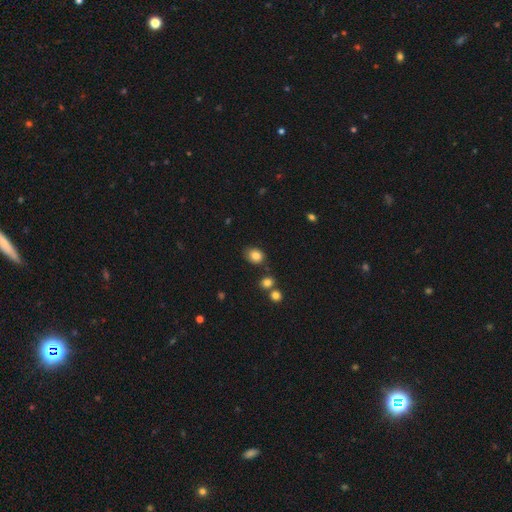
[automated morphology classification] smooth-or-featured: smooth: 83% | star or artifact: 11% | featured or disk: 6%
  how-rounded: round: 54% | in between: 45% | cigar-shaped: 1%
  merging: none: 75% | minor disturbance: 16% | merger: 5% | major disturbance: 4%